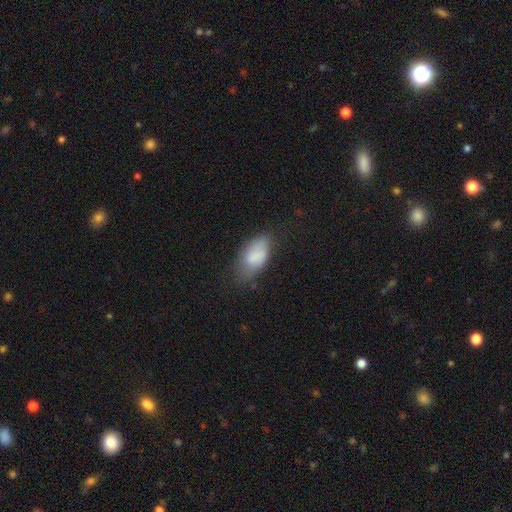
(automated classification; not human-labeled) This appears to be a smooth galaxy with no disk features (79%) that is in between round and cigar-shaped (91%). Merging: none (56%).